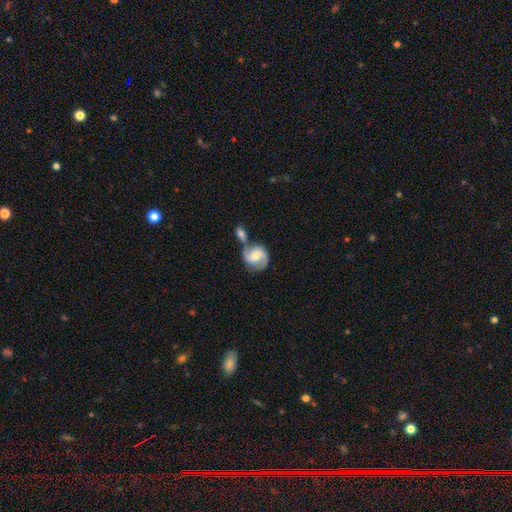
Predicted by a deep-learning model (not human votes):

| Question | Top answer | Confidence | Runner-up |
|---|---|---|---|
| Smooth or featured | featured or disk | 69% | smooth (25%) |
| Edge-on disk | no | 97% | yes (3%) |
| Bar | no | 47% | weak (41%) |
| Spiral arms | yes | 92% | no (8%) |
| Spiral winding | medium | 51% | loose (25%) |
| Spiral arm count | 2 | 87% | can't tell (6%) |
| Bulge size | moderate | 59% | small (33%) |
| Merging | merger | 42% | none (39%) |